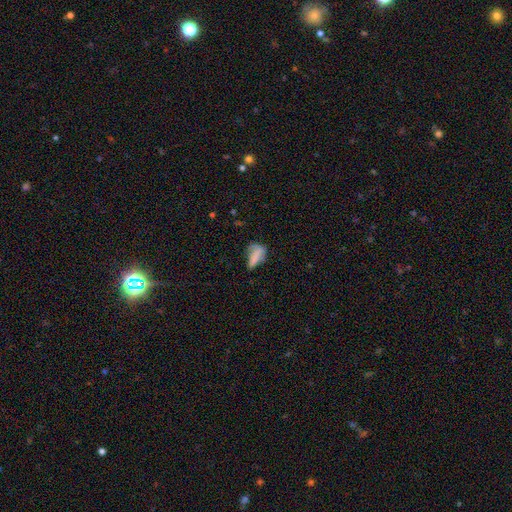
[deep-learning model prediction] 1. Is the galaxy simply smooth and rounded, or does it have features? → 70% smooth, 18% featured or disk, 11% star or artifact.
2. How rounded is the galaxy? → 72% in between, 22% cigar-shaped, 6% round.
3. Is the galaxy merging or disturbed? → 32% minor disturbance (tied), 32% none (tied), 30% major disturbance, 6% merger.